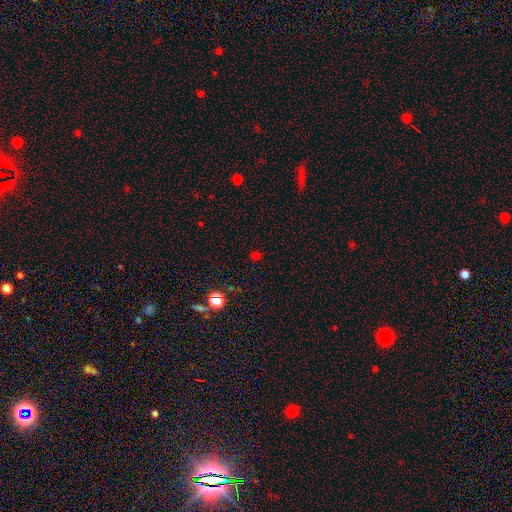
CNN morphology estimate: smooth 53%, star or artifact 42%, featured or disk 6%. Down the decision tree: how rounded — round (74%); merging — none (83%).